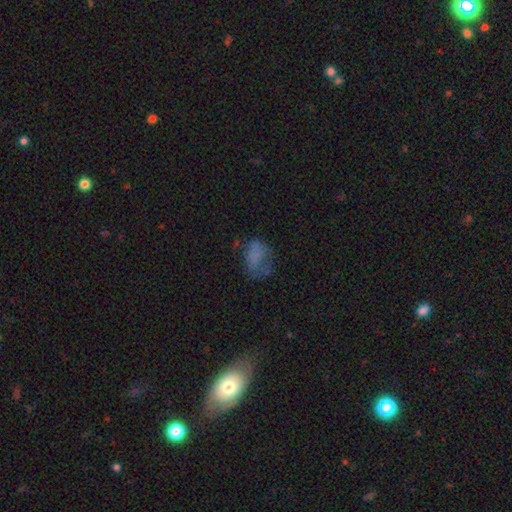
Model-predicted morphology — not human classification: Smooth or featured: smooth — 61% (featured or disk — 24%)
How rounded: in between — 75% (round — 23%)
Merging: none — 38% (major disturbance — 32%)